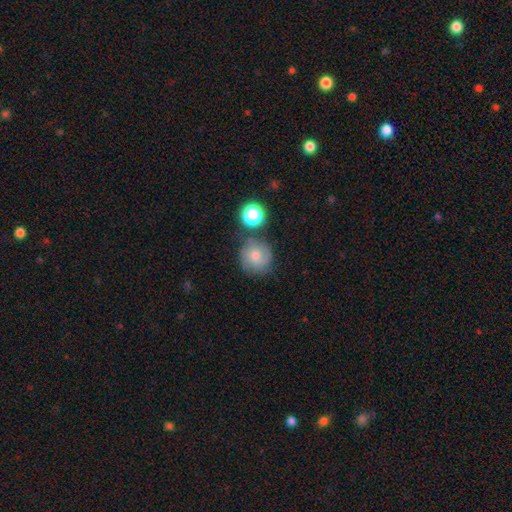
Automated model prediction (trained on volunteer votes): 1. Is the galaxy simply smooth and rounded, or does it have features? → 70% smooth, 18% featured or disk, 12% star or artifact.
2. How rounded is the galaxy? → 90% round, 9% in between, 1% cigar-shaped.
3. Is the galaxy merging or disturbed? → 68% none, 16% minor disturbance, 11% merger, 6% major disturbance.